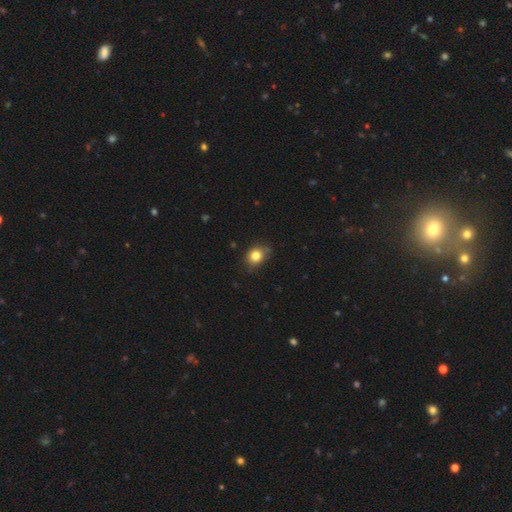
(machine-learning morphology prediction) type=smooth (81%); roundness=round (58%); merging=none (73%).